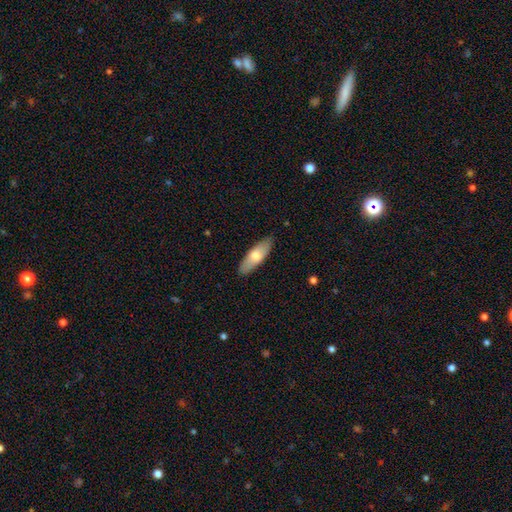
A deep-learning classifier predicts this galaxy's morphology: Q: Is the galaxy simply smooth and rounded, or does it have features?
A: smooth — 70%.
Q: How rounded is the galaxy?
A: in between — 57%.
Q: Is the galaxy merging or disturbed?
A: none — 87%.